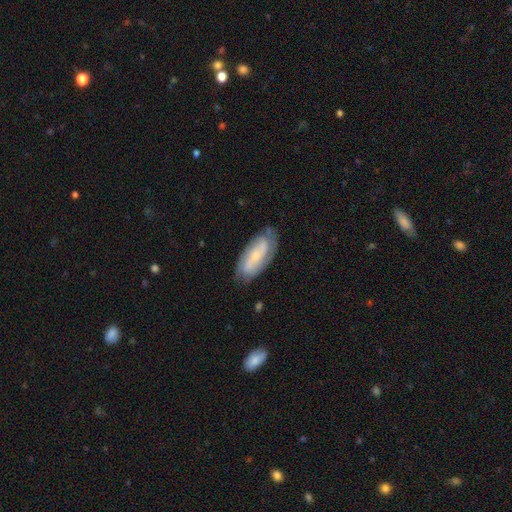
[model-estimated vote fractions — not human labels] A featured or disk galaxy (68%) with no bar (49%), 2 (66%) tight (42%) spiral arms (90%) and a small central bulge (71%). Merging: none (75%).